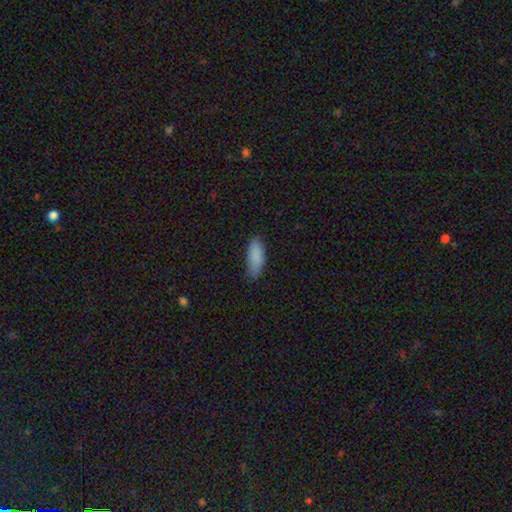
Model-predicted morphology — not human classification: A smooth galaxy with no disk features (88%) that is in between round and cigar-shaped (68%).

Vote fractions:
- Smooth or featured? smooth: 88% / star or artifact: 6% / featured or disk: 6%
- How rounded? in between: 68% / cigar-shaped: 30% / round: 2%
- Merging? none: 77% / minor disturbance: 19% / major disturbance: 3% / merger: 1%